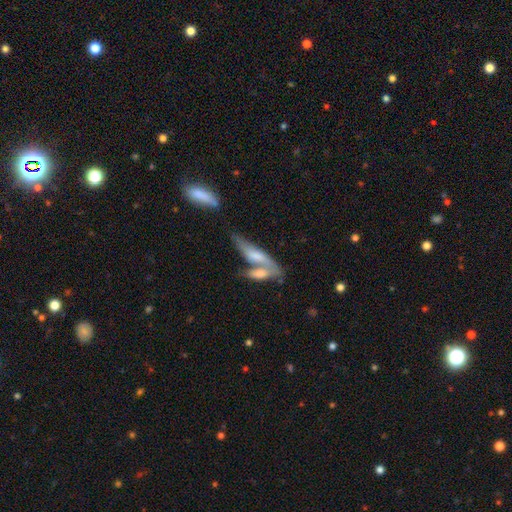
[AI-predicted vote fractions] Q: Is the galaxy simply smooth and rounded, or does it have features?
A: smooth — 55%.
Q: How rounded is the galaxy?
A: cigar-shaped — 54%.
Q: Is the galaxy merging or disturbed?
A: merger — 57%.